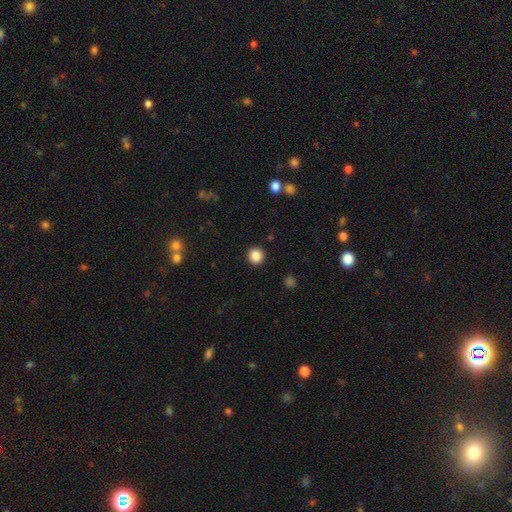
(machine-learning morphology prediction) Smooth or featured: smooth — 86% (star or artifact — 10%)
How rounded: round — 93% (in between — 6%)
Merging: none — 92% (minor disturbance — 5%)